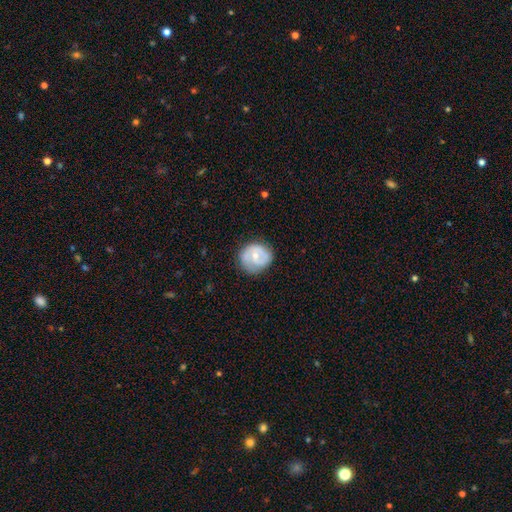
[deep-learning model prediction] Smooth or featured? Predicted: featured or disk (p=0.58). Edge-on disk? Predicted: no (p=0.97). Bar? Predicted: no (p=0.54). Spiral arms? Predicted: yes (p=0.72). Bulge size? Predicted: moderate (p=0.52). Merging? Predicted: none (p=0.73).